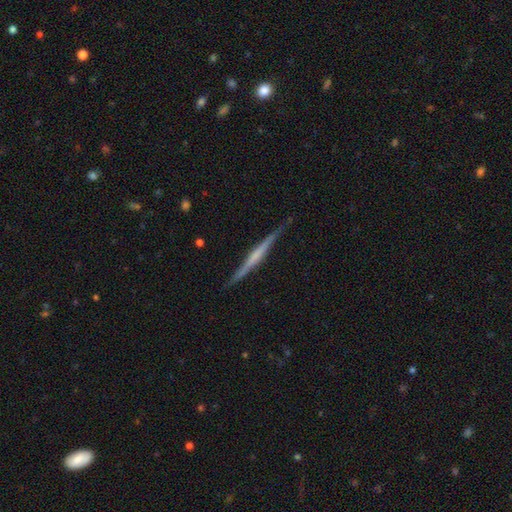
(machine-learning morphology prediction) smooth_or_featured: featured or disk (p=0.72) [alt: smooth p=0.22]
disk_edge_on: yes (p=0.98) [alt: no p=0.02]
edge_on_bulge: none (p=0.47) [alt: rounded p=0.33]
merging: none (p=0.86) [alt: minor disturbance p=0.11]